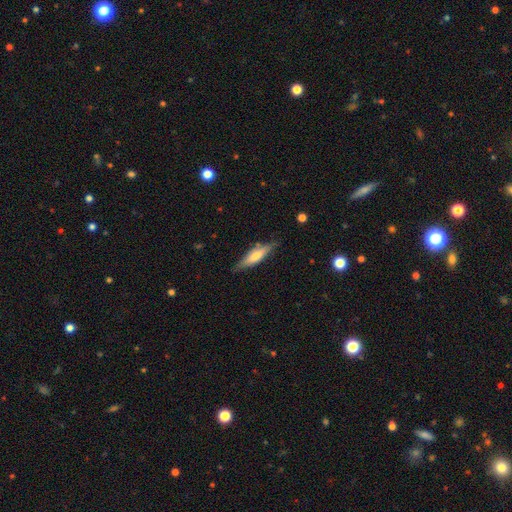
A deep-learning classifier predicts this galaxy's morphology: Overall: smooth (50%; featured or disk 43%). How rounded: cigar-shaped (71%). Merging: none (80%).